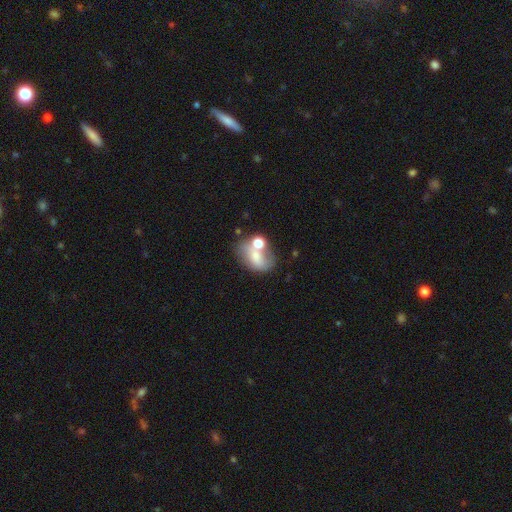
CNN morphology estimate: Smooth or featured: smooth — 61% (featured or disk — 28%)
How rounded: in between — 73% (round — 26%)
Merging: none — 38% (merger — 34%)